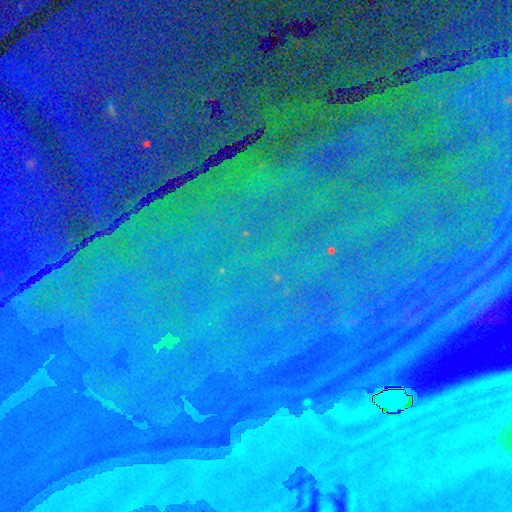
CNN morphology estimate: smooth_or_featured: star or artifact (p=0.81) [alt: smooth p=0.11]